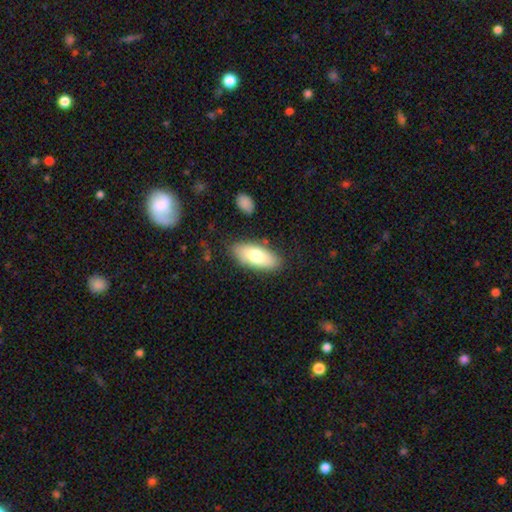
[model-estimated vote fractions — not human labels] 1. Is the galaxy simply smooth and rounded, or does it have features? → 73% smooth, 21% featured or disk, 6% star or artifact.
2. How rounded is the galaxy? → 85% in between, 13% cigar-shaped, 3% round.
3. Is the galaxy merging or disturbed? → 83% none, 12% minor disturbance, 3% major disturbance, 3% merger.